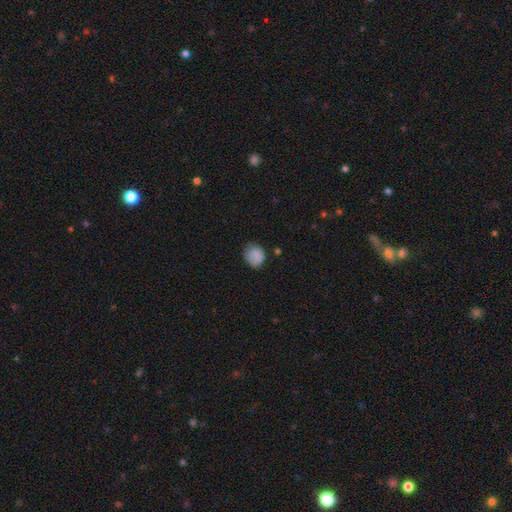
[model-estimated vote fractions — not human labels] A smooth galaxy with no disk features (84%) that is round (67%).

Vote fractions:
- Smooth or featured? smooth: 84% / star or artifact: 9% / featured or disk: 7%
- How rounded? round: 67% / in between: 32% / cigar-shaped: 1%
- Merging? none: 59% / minor disturbance: 32% / major disturbance: 7% / merger: 2%